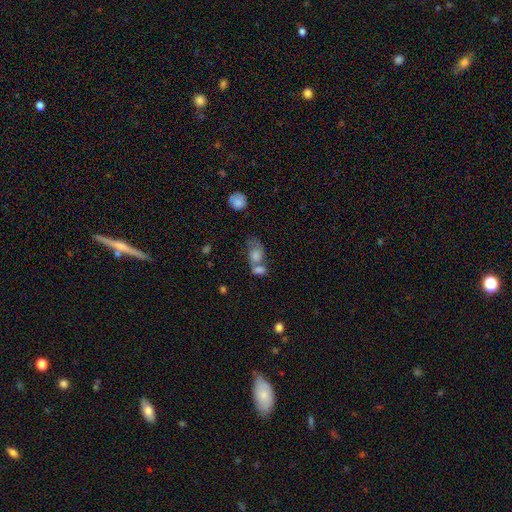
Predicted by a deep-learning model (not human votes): This appears to be a smooth galaxy with no disk features (53%) that is in between round and cigar-shaped (67%). Merging: merger (55%).